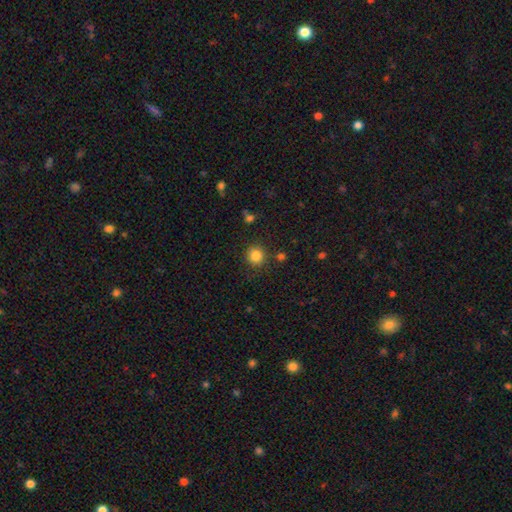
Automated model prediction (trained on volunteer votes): smooth-or-featured: smooth: 84% | star or artifact: 12% | featured or disk: 4%
  how-rounded: round: 92% | in between: 7% | cigar-shaped: 1%
  merging: none: 87% | minor disturbance: 7% | merger: 3% | major disturbance: 3%